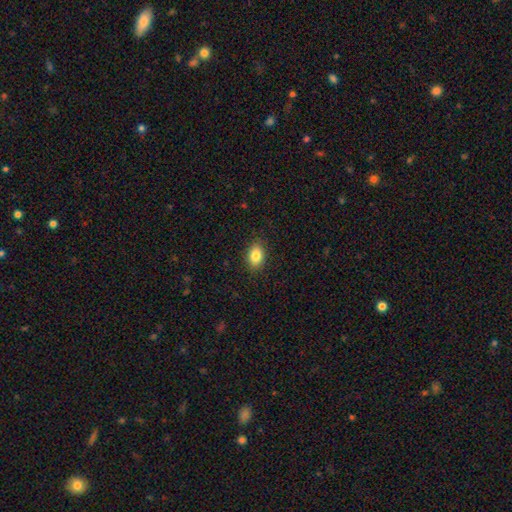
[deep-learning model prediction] The model was most divided on "how rounded": in between: 83%, round: 16%, cigar-shaped: 1%. More confident: merging — none (88%); smooth or featured — smooth (85%).